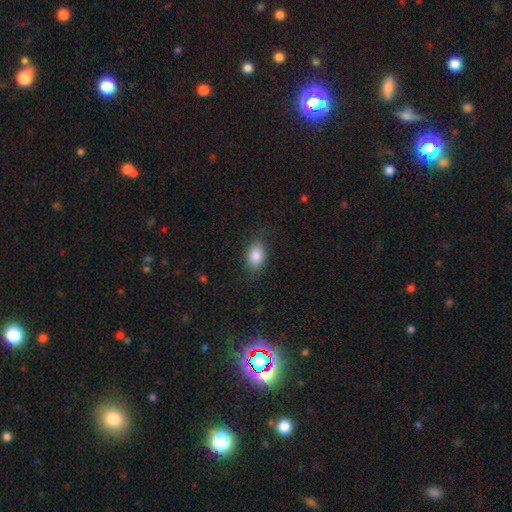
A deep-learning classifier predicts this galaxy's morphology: Smooth or featured: smooth — 86% (star or artifact — 8%)
How rounded: in between — 84% (round — 15%)
Merging: none — 82% (minor disturbance — 13%)